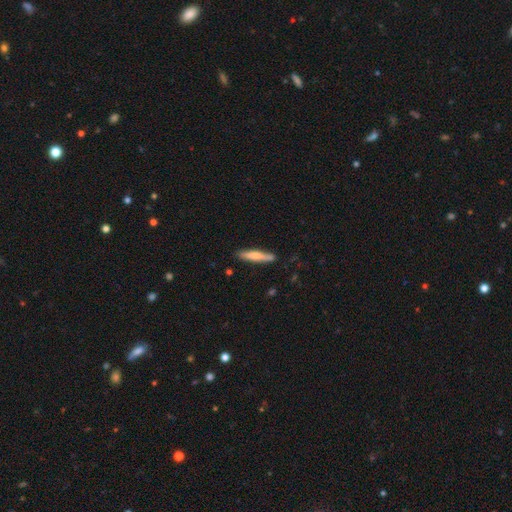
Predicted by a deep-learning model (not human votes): Morphology: type=smooth (66%); roundness=cigar-shaped (90%); merging=none (83%).